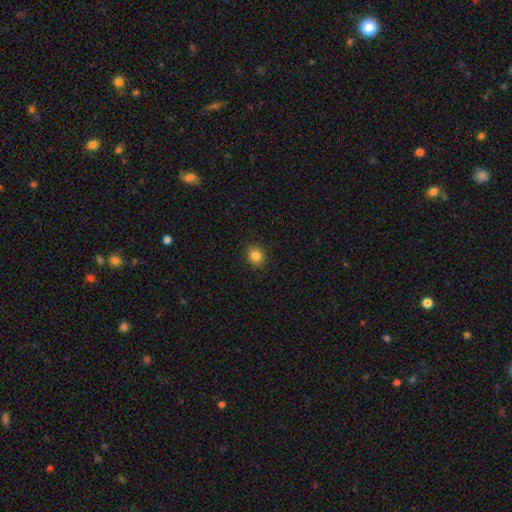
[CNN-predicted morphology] Smooth or featured?
  - smooth: 84% *
  - star or artifact: 11%
  - featured or disk: 5%
How rounded?
  - round: 80% *
  - in between: 19%
  - cigar-shaped: 1%
Merging?
  - none: 91% *
  - minor disturbance: 6%
  - major disturbance: 2%
  - merger: 1%